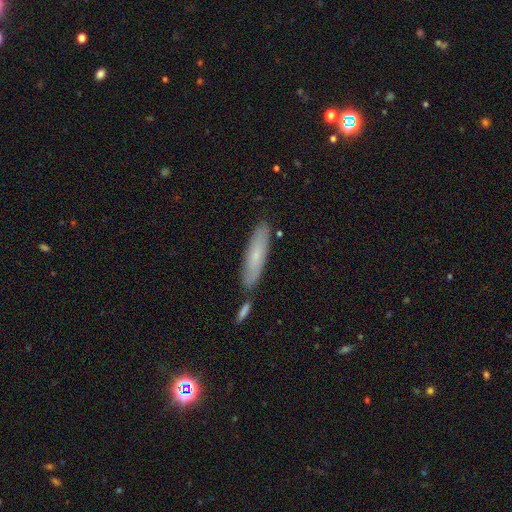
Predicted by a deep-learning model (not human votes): Smooth or featured? smooth (62%)
How rounded? cigar-shaped (80%)
Merging? none (76%)